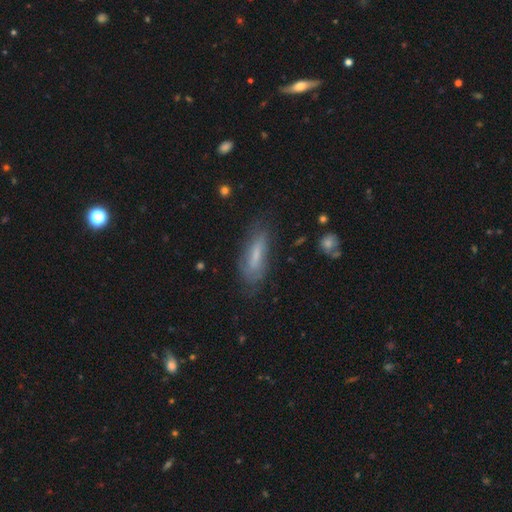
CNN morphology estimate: Smooth or featured? smooth (51%)
How rounded? cigar-shaped (51%)
Merging? none (70%)